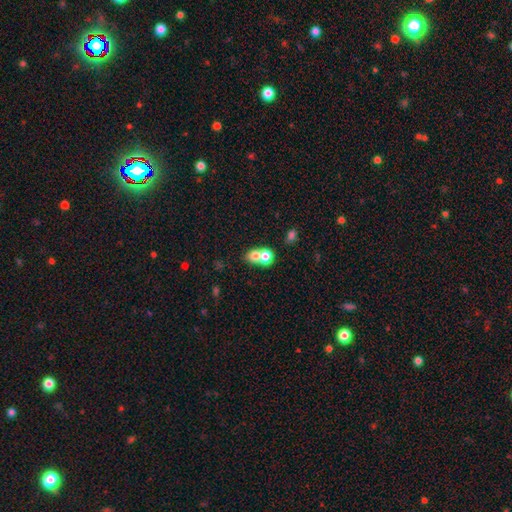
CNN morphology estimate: Smooth or featured: smooth — 74% (featured or disk — 15%)
How rounded: round — 62% (in between — 36%)
Merging: merger — 63% (none — 28%)